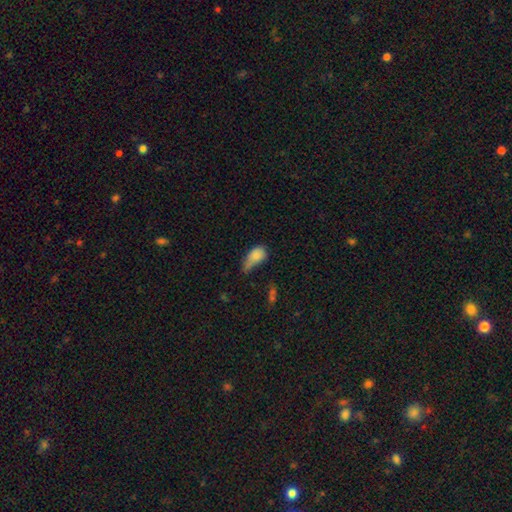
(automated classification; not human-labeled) Overall: smooth (80%). How rounded: in between (85%). Merging: minor disturbance (39%; major disturbance 31%).